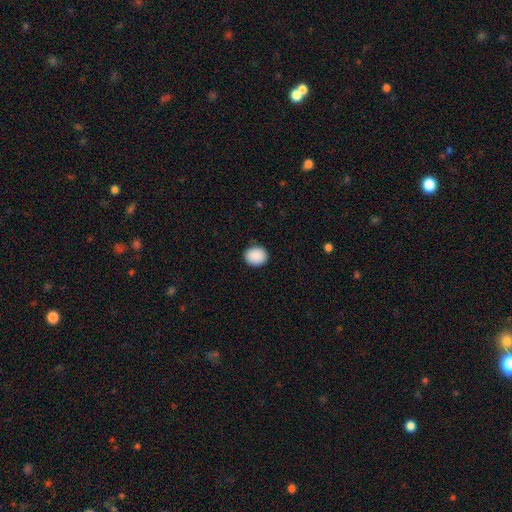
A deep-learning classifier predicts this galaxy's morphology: Overall: smooth (90%). How rounded: round (70%). Merging: none (89%).